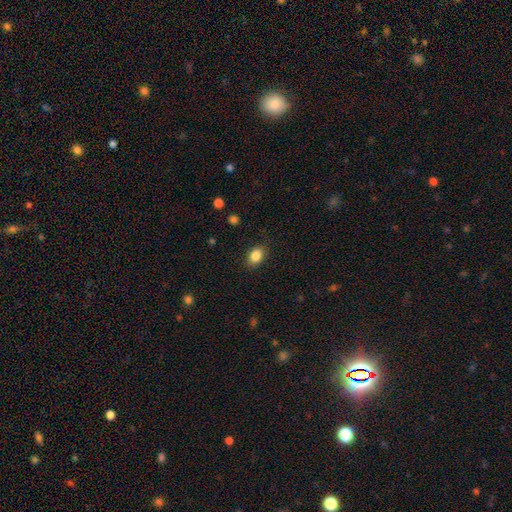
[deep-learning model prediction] The model was most divided on "how rounded": in between: 69%, round: 30%, cigar-shaped: 1%. More confident: smooth or featured — smooth (86%); merging — none (85%).